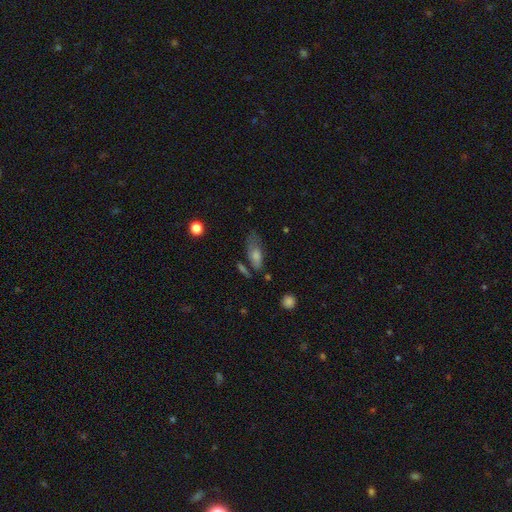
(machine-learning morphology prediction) Q: Smooth or featured?
A: smooth (60%); runner-up: featured or disk (27%)
Q: How rounded?
A: in between (74%); runner-up: cigar-shaped (21%)
Q: Merging?
A: none (49%); runner-up: minor disturbance (26%)